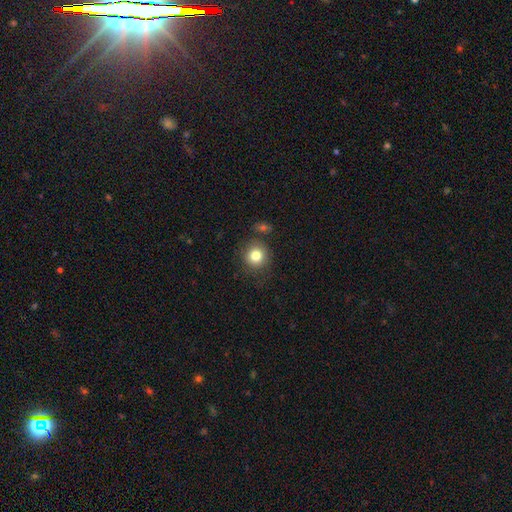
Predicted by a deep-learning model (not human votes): Smooth or featured? Predicted: smooth (p=0.81). How rounded? Predicted: round (p=0.91). Merging? Predicted: none (p=0.79).